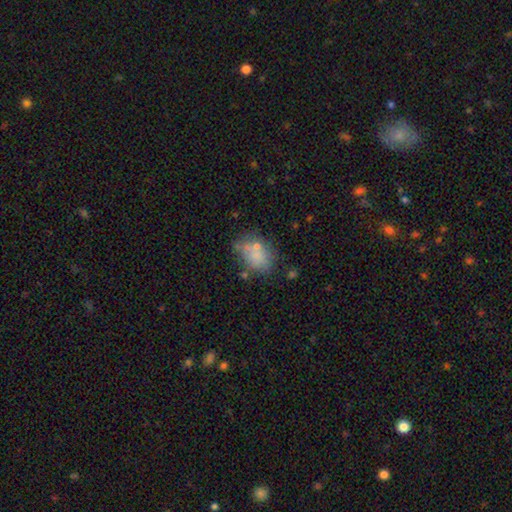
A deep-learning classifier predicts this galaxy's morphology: Smooth or featured? Predicted: smooth (p=0.67). How rounded? Predicted: in between (p=0.70). Merging? Predicted: none (p=0.50).